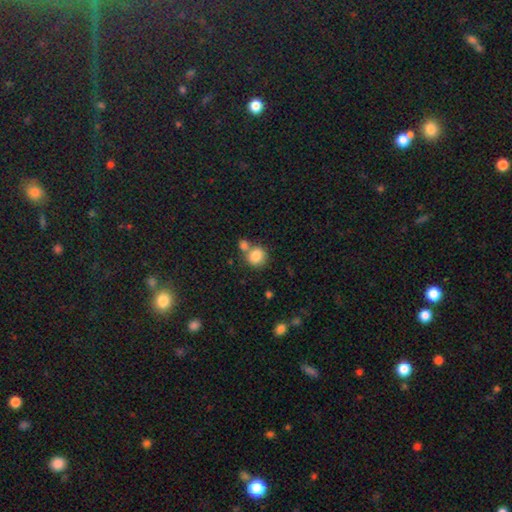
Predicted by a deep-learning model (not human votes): A smooth galaxy with no disk features (84%) that is round (83%). Merging: none (53%).